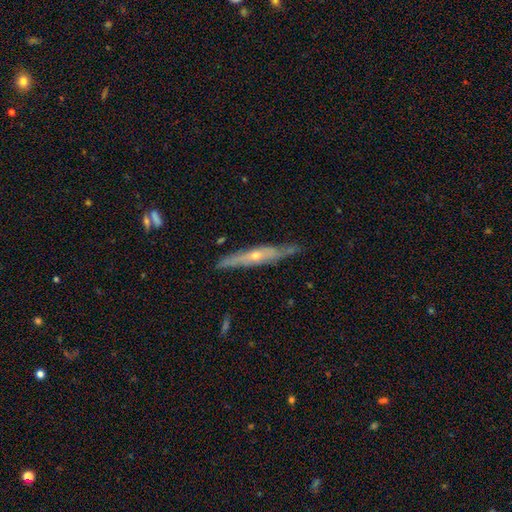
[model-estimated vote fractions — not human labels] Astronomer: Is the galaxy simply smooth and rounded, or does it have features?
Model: featured or disk — 70%.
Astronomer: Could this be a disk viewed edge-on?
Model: yes — 86%.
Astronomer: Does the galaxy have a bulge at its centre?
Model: rounded — 77%.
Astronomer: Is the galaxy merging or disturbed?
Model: none — 78%.